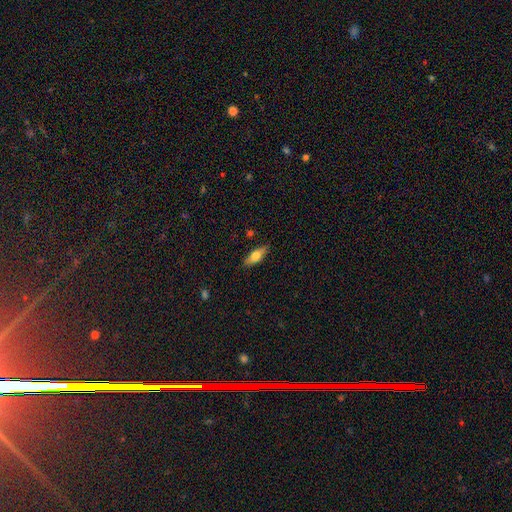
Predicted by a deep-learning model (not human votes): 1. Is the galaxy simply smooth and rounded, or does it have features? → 65% smooth, 28% featured or disk, 7% star or artifact.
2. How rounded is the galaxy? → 65% in between, 32% cigar-shaped, 3% round.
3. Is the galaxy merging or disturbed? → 86% none, 10% minor disturbance, 2% major disturbance, 1% merger.